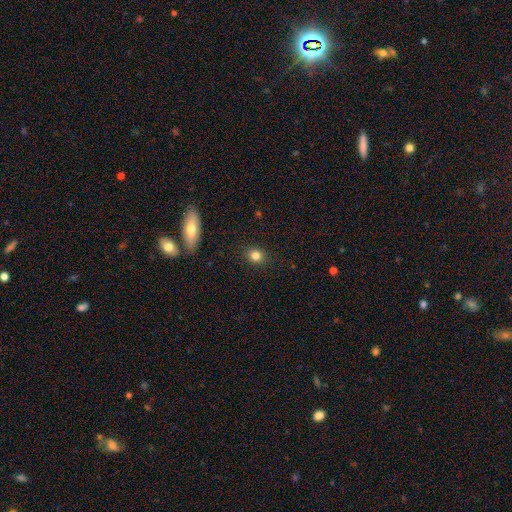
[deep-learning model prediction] This is clearly a smooth galaxy (82%). How rounded: likely round (71%). Merging: clearly none (89%).